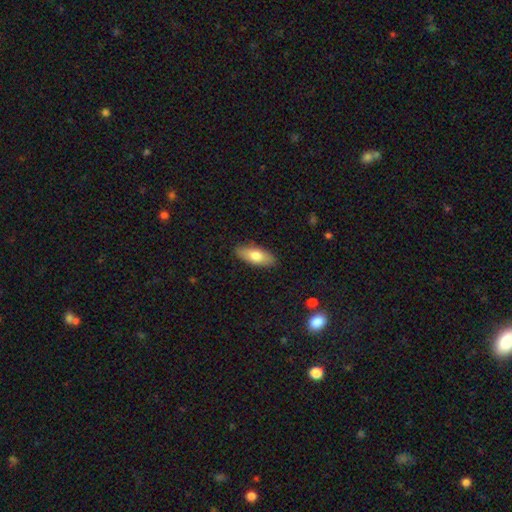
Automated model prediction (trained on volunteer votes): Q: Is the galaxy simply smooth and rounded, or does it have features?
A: smooth — 74%.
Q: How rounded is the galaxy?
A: in between — 77%.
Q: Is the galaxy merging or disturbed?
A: none — 88%.